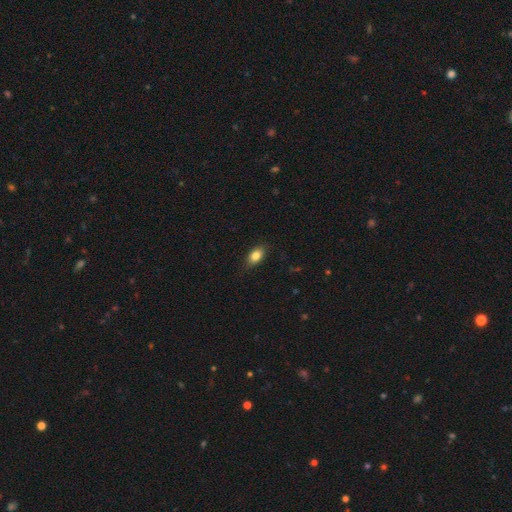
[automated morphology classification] smooth-or-featured: smooth: 83% | featured or disk: 9% | star or artifact: 8%
  how-rounded: in between: 86% | round: 9% | cigar-shaped: 5%
  merging: none: 81% | minor disturbance: 15% | major disturbance: 3% | merger: 1%